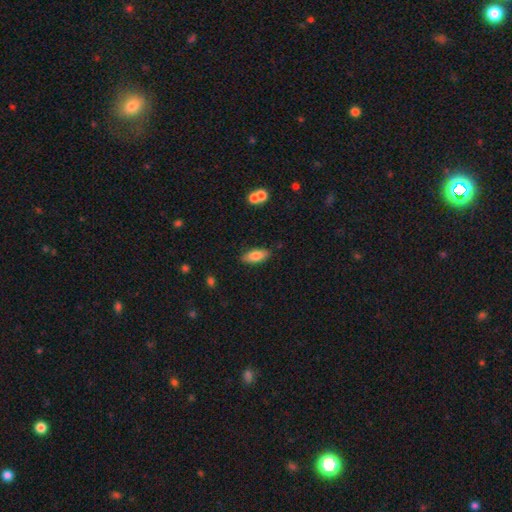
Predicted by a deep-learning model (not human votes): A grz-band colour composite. It shows a smooth galaxy with no disk features (78%) that is in between round and cigar-shaped (79%). Merging: none (86%).